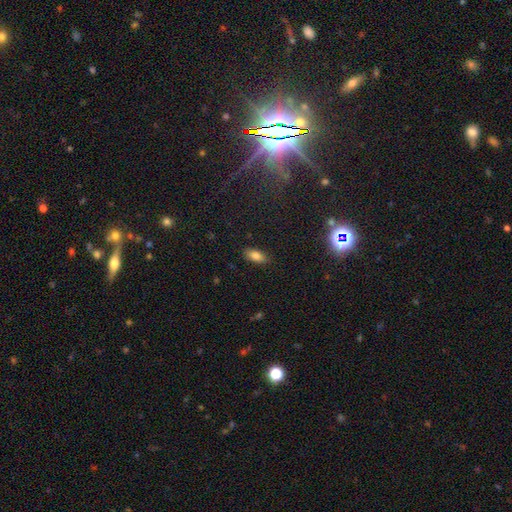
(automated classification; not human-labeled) Smooth or featured: smooth — 82% (star or artifact — 10%)
How rounded: in between — 88% (cigar-shaped — 9%)
Merging: none — 87% (minor disturbance — 10%)